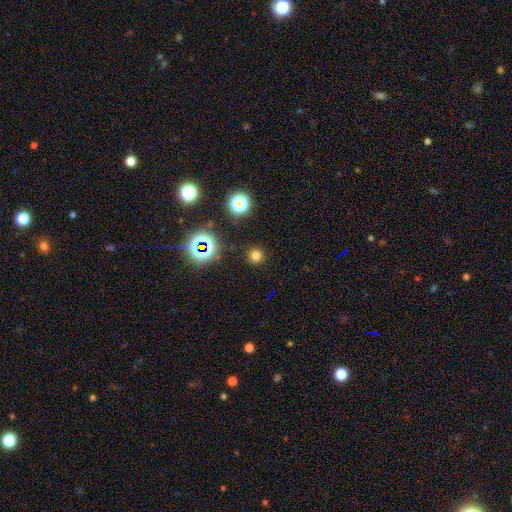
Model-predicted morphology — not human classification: The model was most divided on "smooth or featured": smooth: 70%, star or artifact: 25%, featured or disk: 6%. More confident: how rounded — round (94%); merging — none (90%).